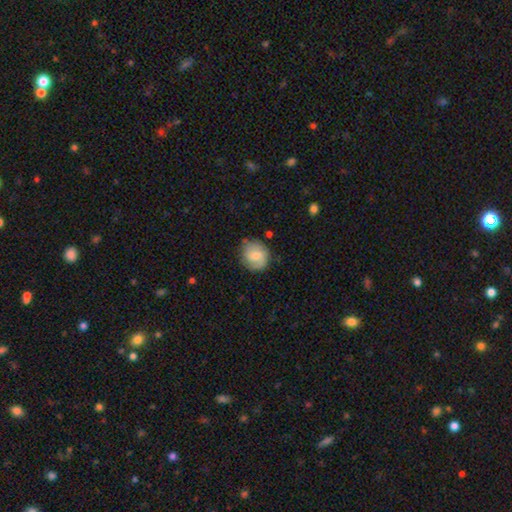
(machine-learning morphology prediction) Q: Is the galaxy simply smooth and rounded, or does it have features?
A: smooth — 63%.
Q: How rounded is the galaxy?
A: round — 83%.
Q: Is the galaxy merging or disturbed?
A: none — 72%.